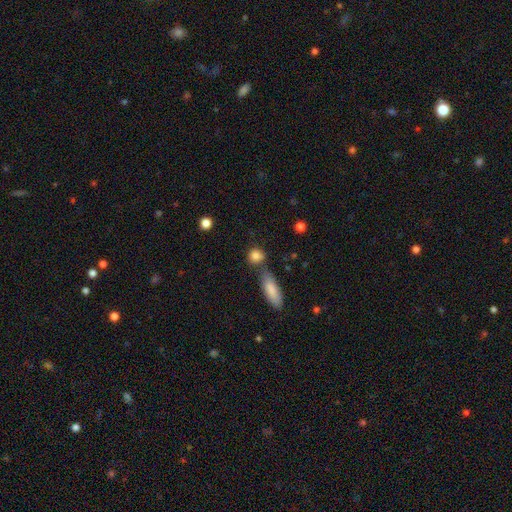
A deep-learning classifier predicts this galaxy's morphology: type=smooth (84%); roundness=round (74%); merging=none (65%).